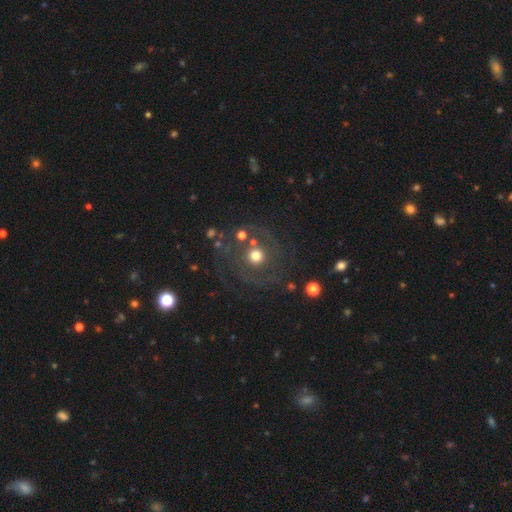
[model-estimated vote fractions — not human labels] Overall: featured or disk (48%; smooth 38%). Merging: none (71%).